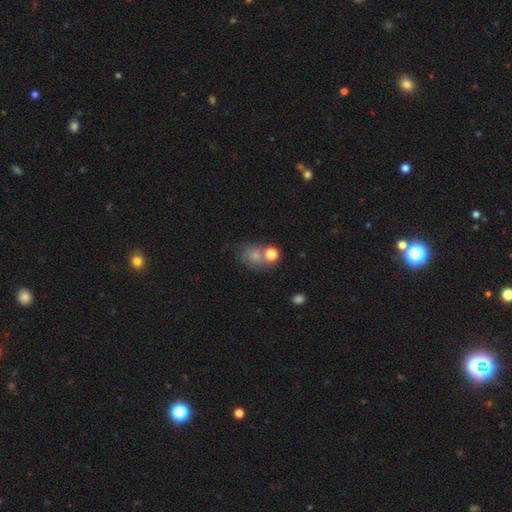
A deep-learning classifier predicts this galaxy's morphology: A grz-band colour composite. It shows a smooth galaxy with no disk features (69%) that is in between round and cigar-shaped (50%). Merging: none (49%).